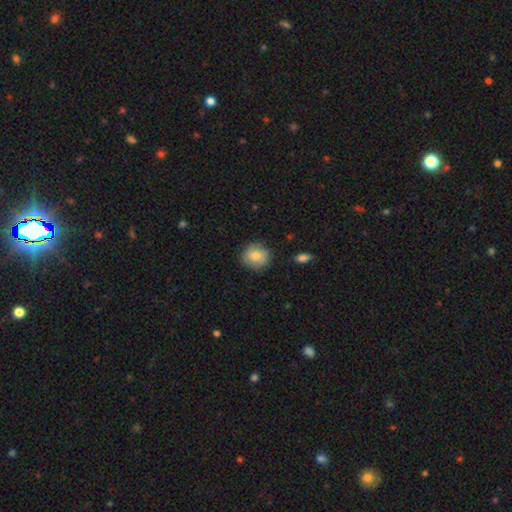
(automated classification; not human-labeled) Overall: smooth (75%). How rounded: round (83%). Merging: none (80%).